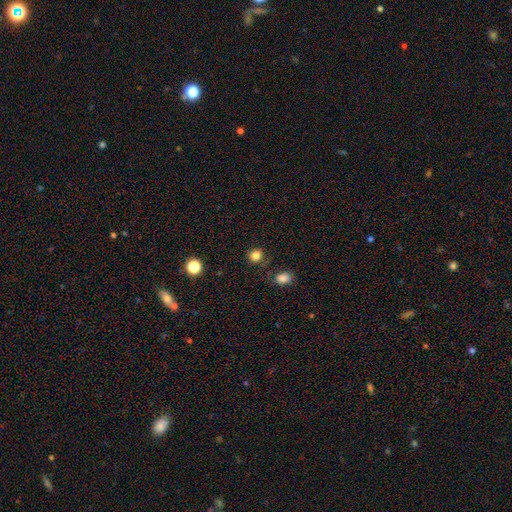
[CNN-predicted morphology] The model was most divided on "merging": none: 80%, minor disturbance: 12%, major disturbance: 4%, merger: 4%. More confident: how rounded — round (83%); smooth or featured — smooth (83%).